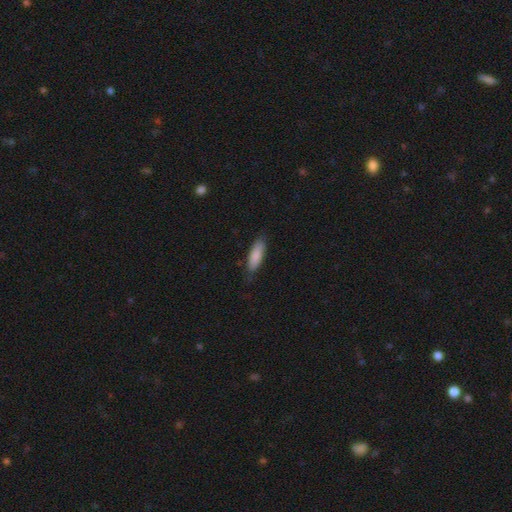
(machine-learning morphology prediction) smooth 86%, featured or disk 9%, star or artifact 5%. Down the decision tree: how rounded — in between (55%); merging — none (79%).